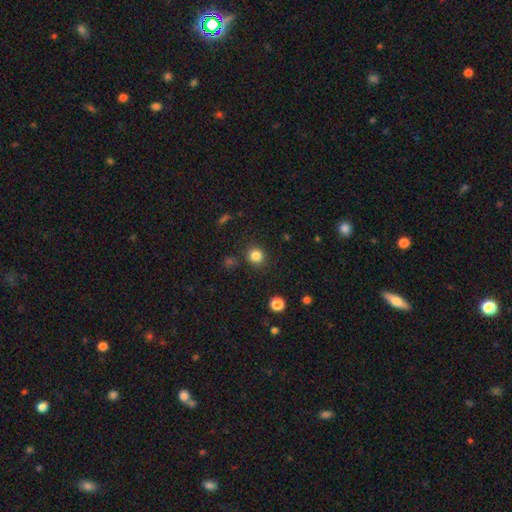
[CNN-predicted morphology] Q: Smooth or featured?
A: smooth (83%); runner-up: star or artifact (12%)
Q: How rounded?
A: round (88%); runner-up: in between (11%)
Q: Merging?
A: none (86%); runner-up: minor disturbance (8%)